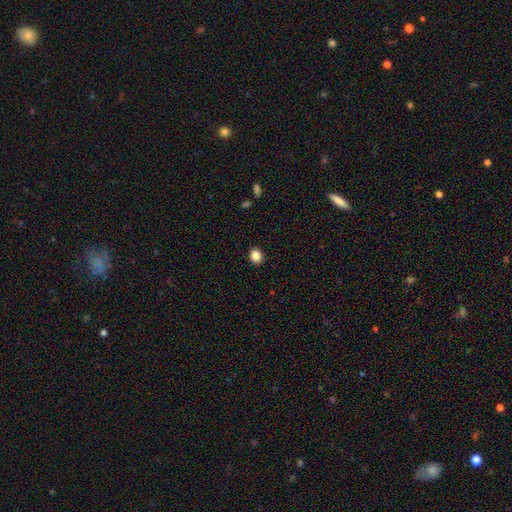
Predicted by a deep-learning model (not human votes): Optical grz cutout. It shows a smooth galaxy with no disk features (85%) that is round (67%). Merging: none (91%).